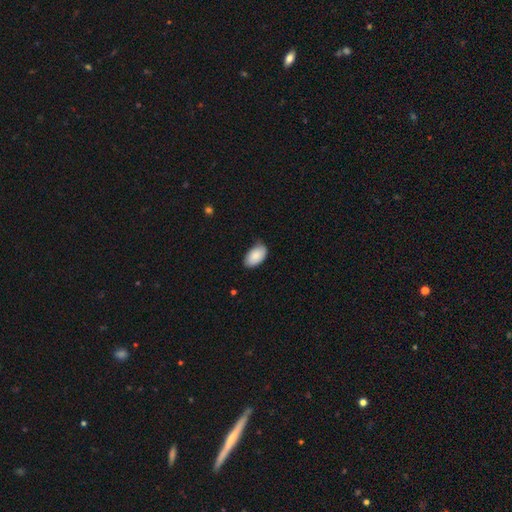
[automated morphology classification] Q: Smooth or featured?
A: smooth (87%); runner-up: featured or disk (7%)
Q: How rounded?
A: in between (95%); runner-up: round (4%)
Q: Merging?
A: none (74%); runner-up: minor disturbance (22%)